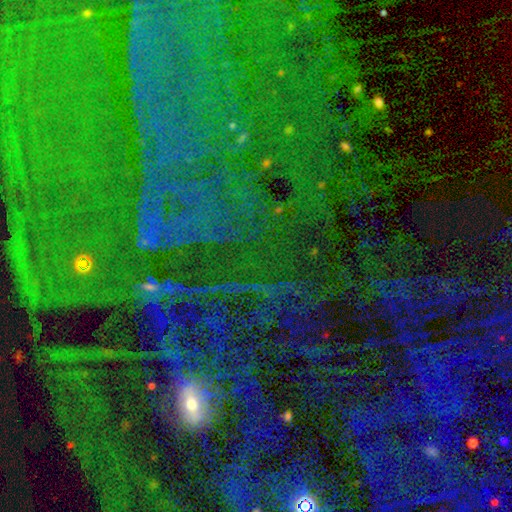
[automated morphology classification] A star or artifact, not a galaxy (81%).